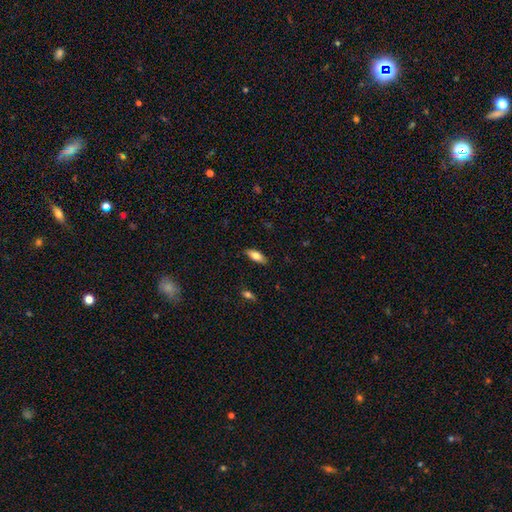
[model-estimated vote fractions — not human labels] smooth_or_featured: smooth (p=0.76) [alt: featured or disk p=0.18]
how_rounded: in between (p=0.77) [alt: cigar-shaped p=0.21]
merging: none (p=0.85) [alt: minor disturbance p=0.11]